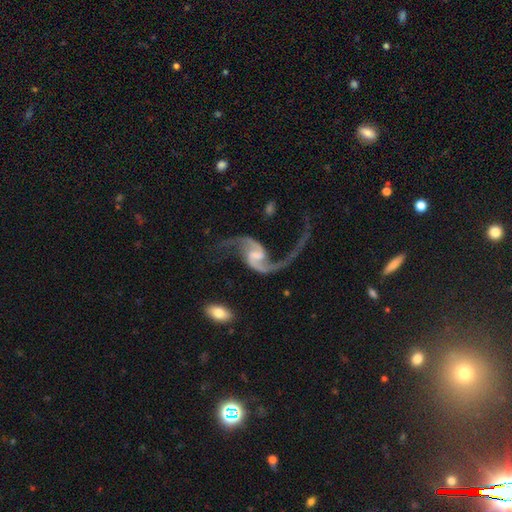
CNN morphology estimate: A featured or disk galaxy (93%) with a weak bar (51%), 2 (94%) loose (88%) spiral arms (98%) and no central bulge (36%).

Vote fractions:
- Smooth or featured? featured or disk: 93% / star or artifact: 4% / smooth: 3%
- Edge-on disk? no: 98% / yes: 2%
- Bar? weak: 51% / no: 26% / strong: 23%
- Spiral arms? yes: 98% / no: 2%
- Spiral winding? loose: 88% / medium: 10% / tight: 2%
- Spiral arm count? 2: 94% / 1: 2% / can't tell: 1% / 3: 1% / 4: 1% / more than 4: 1%
- Bulge size? none: 36% / small: 28% / moderate: 25% / large: 9% / dominant: 2%
- Merging? none: 57% / major disturbance: 21% / minor disturbance: 14% / merger: 7%